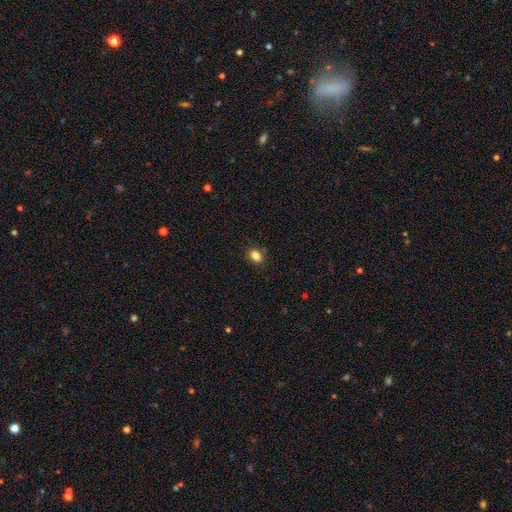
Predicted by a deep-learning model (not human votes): This is clearly a smooth galaxy (84%). How rounded: likely in between (61%). Merging: clearly none (87%).